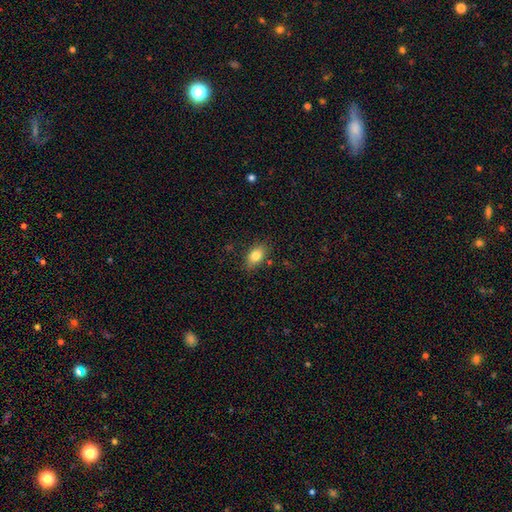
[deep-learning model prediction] Smooth or featured?
  - smooth: 81% *
  - featured or disk: 10%
  - star or artifact: 9%
How rounded?
  - in between: 85% *
  - round: 12%
  - cigar-shaped: 3%
Merging?
  - none: 83% *
  - minor disturbance: 13%
  - major disturbance: 3%
  - merger: 2%